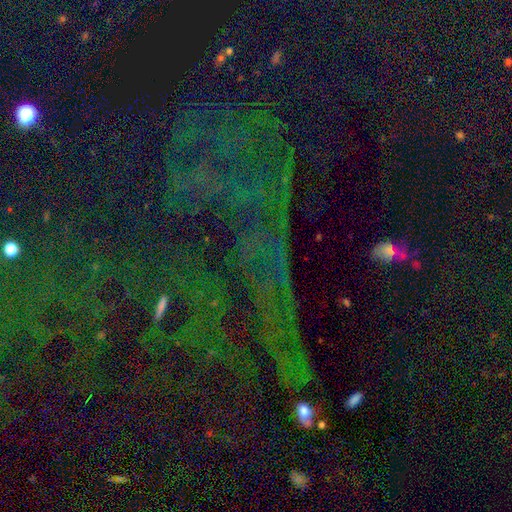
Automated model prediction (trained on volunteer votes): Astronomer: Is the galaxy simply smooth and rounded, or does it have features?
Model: star or artifact — 78%.